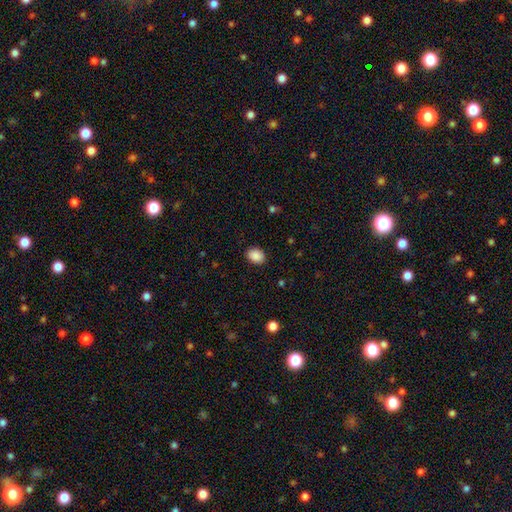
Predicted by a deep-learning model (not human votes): A smooth galaxy with no disk features (90%) that is in between round and cigar-shaped (69%).

Vote fractions:
- Smooth or featured? smooth: 90% / star or artifact: 8% / featured or disk: 3%
- How rounded? in between: 69% / round: 30% / cigar-shaped: 1%
- Merging? none: 88% / minor disturbance: 9% / major disturbance: 2% / merger: 1%